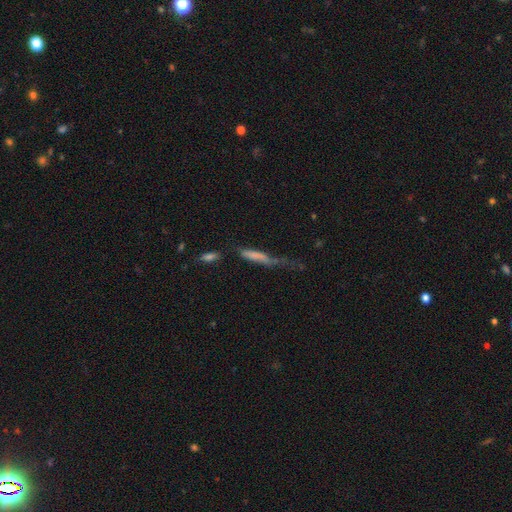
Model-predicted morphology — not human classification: This appears to be a smooth galaxy with no disk features (64%) that is cigar-shaped (83%). Merging: major disturbance (34%).